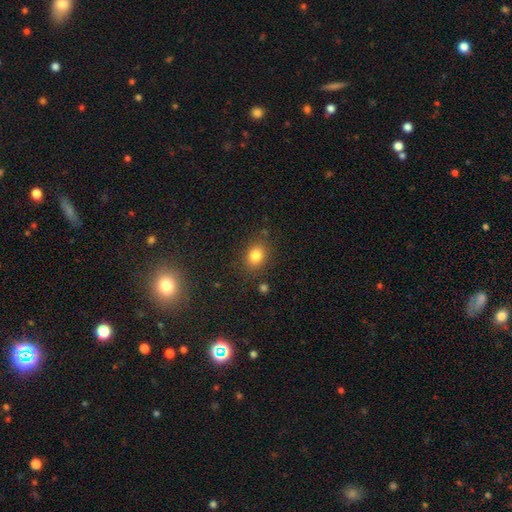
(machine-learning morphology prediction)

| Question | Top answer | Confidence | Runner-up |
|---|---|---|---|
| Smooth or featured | smooth | 82% | star or artifact (12%) |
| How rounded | in between | 51% | round (48%) |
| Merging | none | 82% | minor disturbance (11%) |